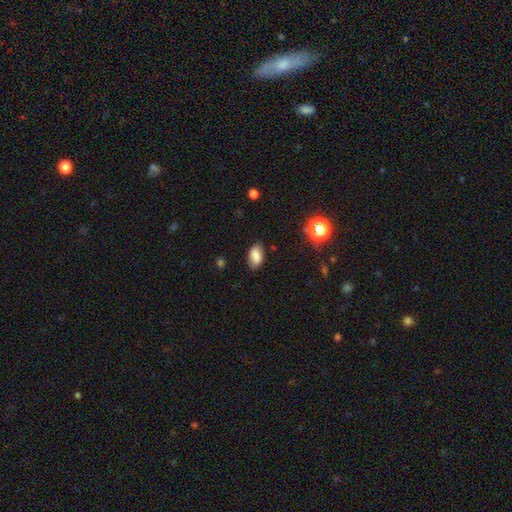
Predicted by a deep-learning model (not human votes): smooth_or_featured: smooth (p=0.82) [alt: star or artifact p=0.09]
how_rounded: in between (p=0.92) [alt: round p=0.05]
merging: none (p=0.80) [alt: minor disturbance p=0.15]